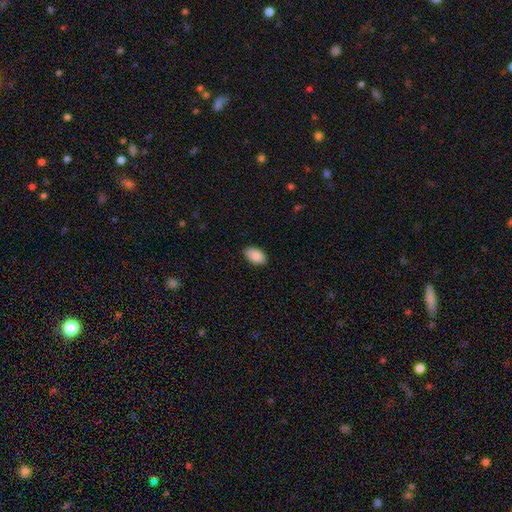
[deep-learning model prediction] Smooth or featured: smooth — 90% (star or artifact — 7%)
How rounded: in between — 93% (round — 5%)
Merging: none — 88% (minor disturbance — 9%)